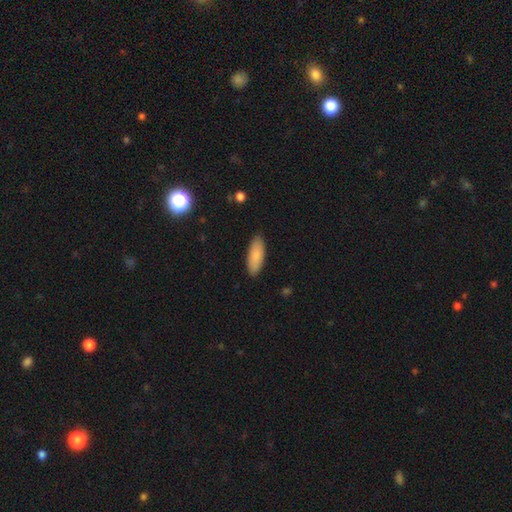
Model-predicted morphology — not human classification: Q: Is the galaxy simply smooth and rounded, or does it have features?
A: smooth — 84%.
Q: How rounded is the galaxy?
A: in between — 71%.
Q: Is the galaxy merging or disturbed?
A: none — 87%.